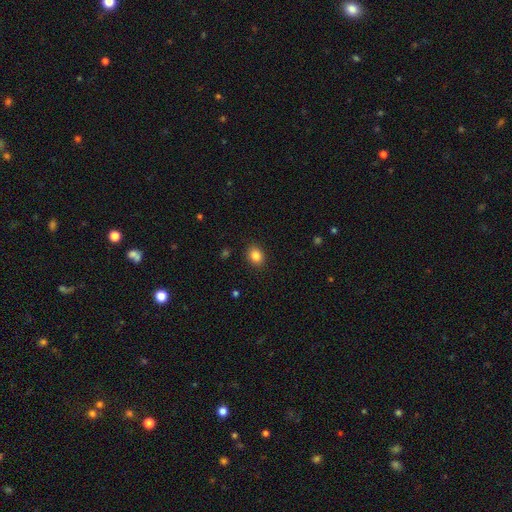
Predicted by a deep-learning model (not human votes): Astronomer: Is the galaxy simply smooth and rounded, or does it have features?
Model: smooth — 84%.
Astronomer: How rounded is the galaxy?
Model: in between — 51% (runner-up: round, 48%).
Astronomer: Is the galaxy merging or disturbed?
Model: none — 90%.